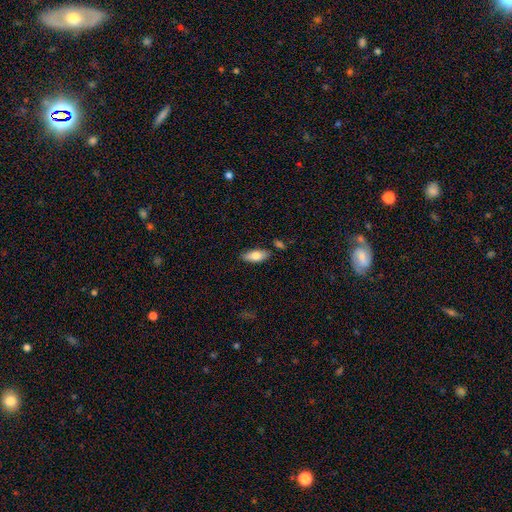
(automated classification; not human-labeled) Smooth or featured?
  - smooth: 76% *
  - featured or disk: 18%
  - star or artifact: 6%
How rounded?
  - in between: 82% *
  - cigar-shaped: 16%
  - round: 2%
Merging?
  - none: 81% *
  - minor disturbance: 12%
  - merger: 4%
  - major disturbance: 2%